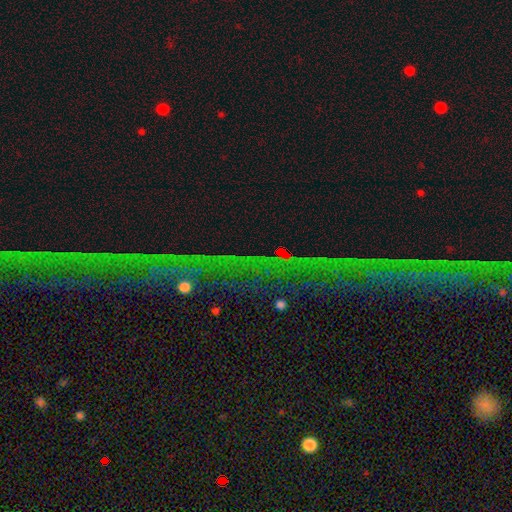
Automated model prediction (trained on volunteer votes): This is clearly a star or artifact rather than a galaxy (81%).